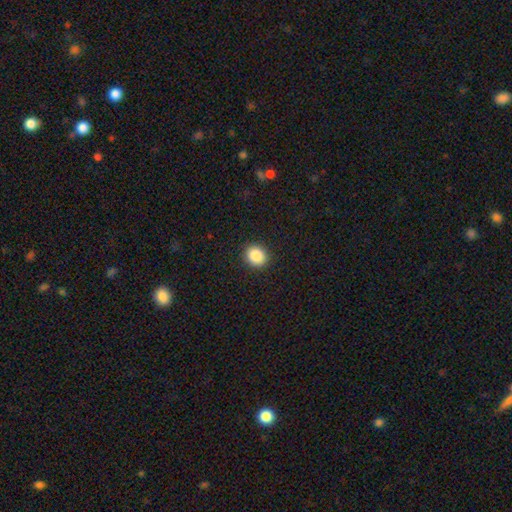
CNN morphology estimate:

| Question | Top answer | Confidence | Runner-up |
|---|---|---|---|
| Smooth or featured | smooth | 87% | star or artifact (9%) |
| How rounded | round | 70% | in between (29%) |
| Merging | none | 91% | minor disturbance (6%) |